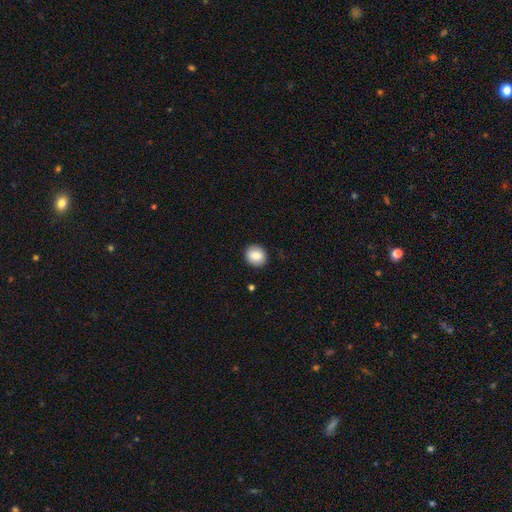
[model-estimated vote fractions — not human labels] smooth-or-featured: smooth: 85% | star or artifact: 8% | featured or disk: 7%
  how-rounded: round: 80% | in between: 19% | cigar-shaped: 1%
  merging: none: 90% | minor disturbance: 7% | major disturbance: 2% | merger: 1%